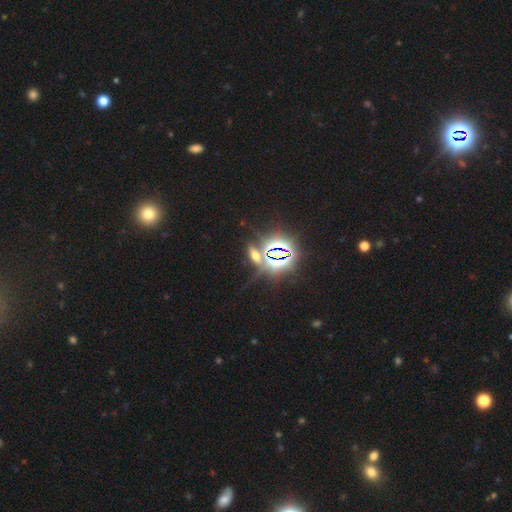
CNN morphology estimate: A star or artifact, not a galaxy (59%).